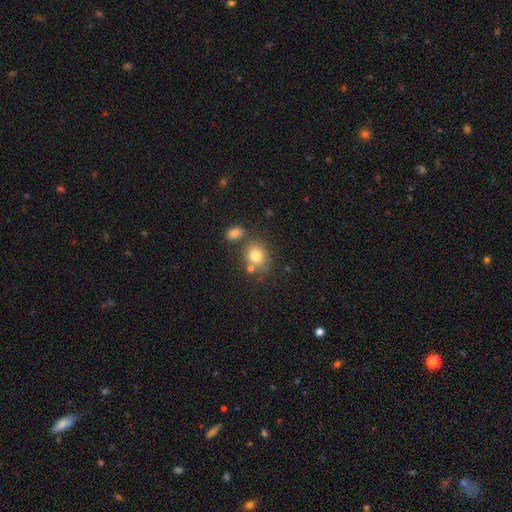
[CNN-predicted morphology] Q: Smooth or featured?
A: smooth (78%); runner-up: star or artifact (11%)
Q: How rounded?
A: round (68%); runner-up: in between (31%)
Q: Merging?
A: none (61%); runner-up: merger (21%)